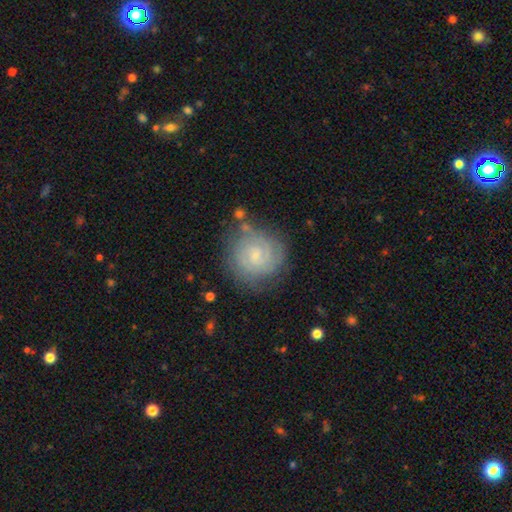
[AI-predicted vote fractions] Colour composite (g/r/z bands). It shows a featured or disk galaxy (74%) with no bar (58%), 2 (39%) tight (72%) spiral arms (94%) and a small central bulge (72%). Merging: none (74%).